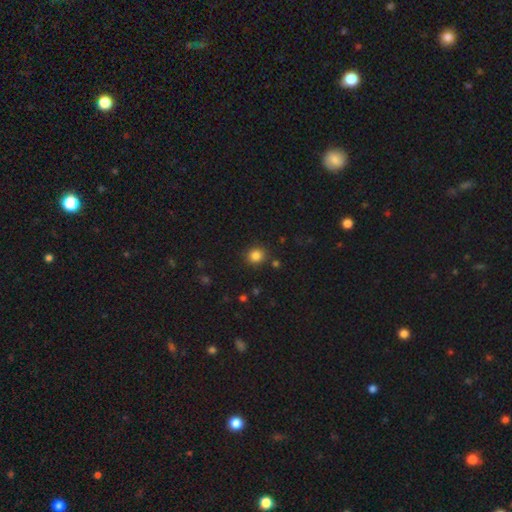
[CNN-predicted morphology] A smooth galaxy with no disk features (84%) that is round (86%). Merging: none (86%).